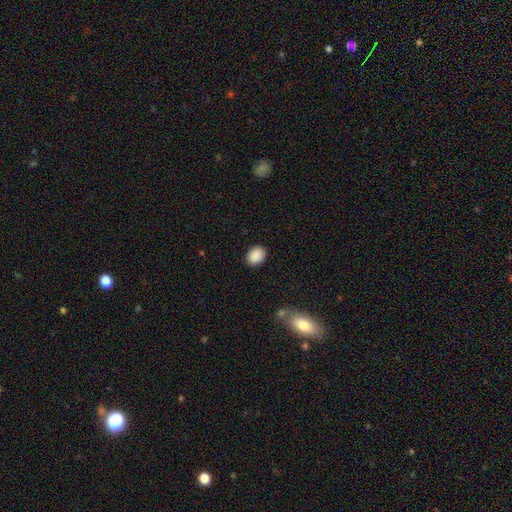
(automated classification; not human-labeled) Smooth or featured: smooth — 89% (star or artifact — 8%)
How rounded: in between — 62% (round — 37%)
Merging: none — 88% (minor disturbance — 8%)